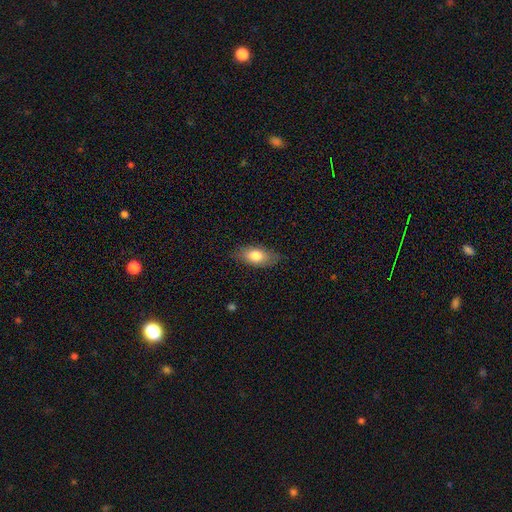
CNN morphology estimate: smooth 77%, featured or disk 16%, star or artifact 7%. Down the decision tree: how rounded — in between (85%); merging — none (80%).